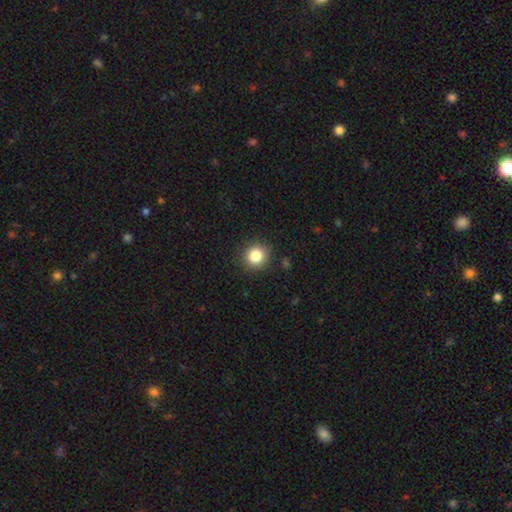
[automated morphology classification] Smooth or featured?
  - smooth: 84% *
  - star or artifact: 11%
  - featured or disk: 5%
How rounded?
  - round: 89% *
  - in between: 10%
  - cigar-shaped: 1%
Merging?
  - none: 89% *
  - minor disturbance: 7%
  - major disturbance: 2%
  - merger: 1%